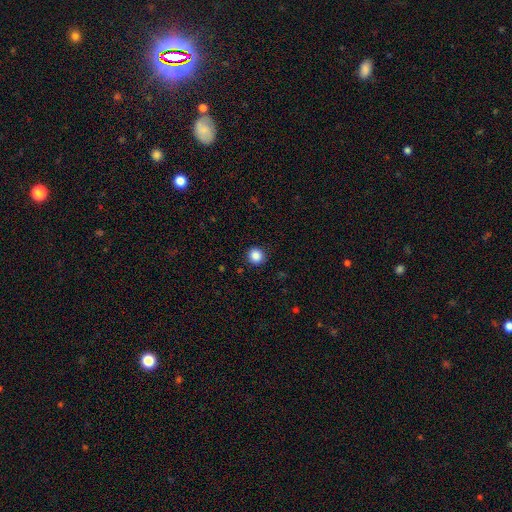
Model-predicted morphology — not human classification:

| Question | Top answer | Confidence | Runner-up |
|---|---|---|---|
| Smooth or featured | smooth | 87% | star or artifact (10%) |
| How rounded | round | 91% | in between (8%) |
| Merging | none | 91% | minor disturbance (6%) |